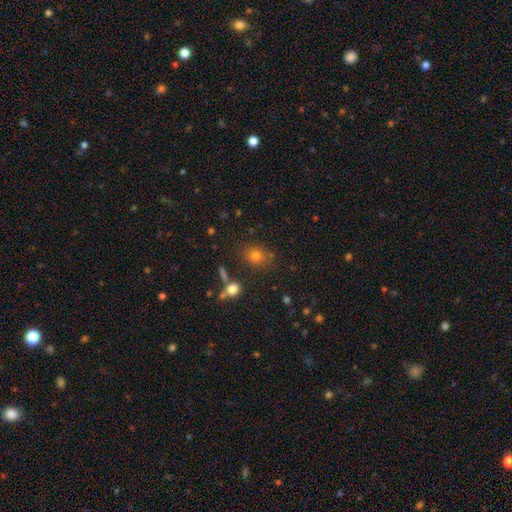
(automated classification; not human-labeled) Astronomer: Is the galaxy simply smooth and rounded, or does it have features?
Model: smooth — 72%.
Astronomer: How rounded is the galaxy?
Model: round — 61% (runner-up: in between, 37%).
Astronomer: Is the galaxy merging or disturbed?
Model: none — 76%.